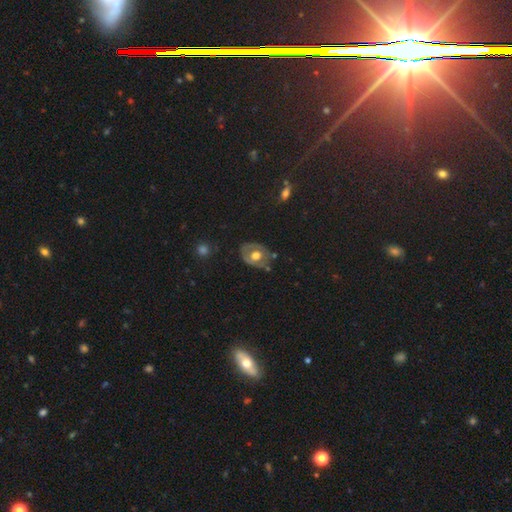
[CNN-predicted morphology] smooth-or-featured: featured or disk: 53% | smooth: 40% | star or artifact: 7%
  disk-edge-on: no: 93% | yes: 7%
  merging: none: 66% | minor disturbance: 23% | major disturbance: 8% | merger: 3%